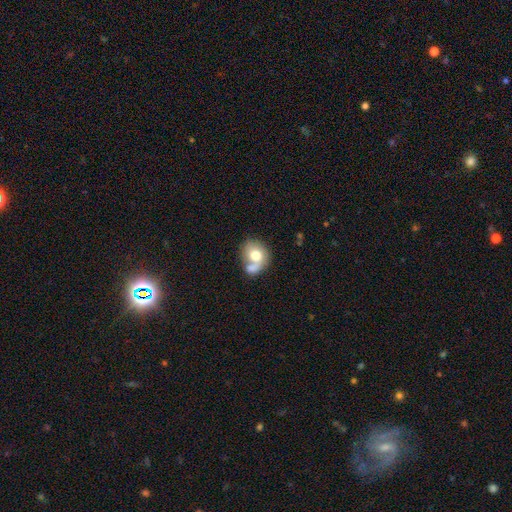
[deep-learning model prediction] Smooth or featured: smooth — 69% (featured or disk — 24%)
How rounded: round — 59% (in between — 40%)
Merging: merger — 48% (none — 28%)